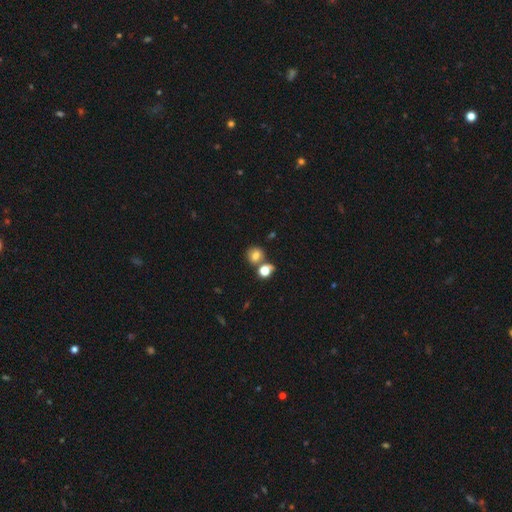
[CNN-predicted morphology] smooth-or-featured: smooth: 76% | star or artifact: 14% | featured or disk: 10%
  how-rounded: round: 72% | in between: 27% | cigar-shaped: 1%
  merging: none: 58% | merger: 25% | minor disturbance: 12% | major disturbance: 5%